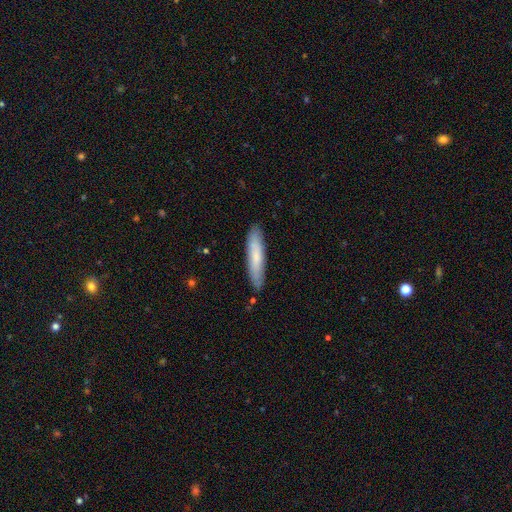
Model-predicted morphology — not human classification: A smooth galaxy with no disk features (72%) that is cigar-shaped (86%).

Vote fractions:
- Smooth or featured? smooth: 72% / featured or disk: 23% / star or artifact: 6%
- How rounded? cigar-shaped: 86% / in between: 13% / round: 1%
- Merging? none: 85% / minor disturbance: 11% / major disturbance: 2% / merger: 2%